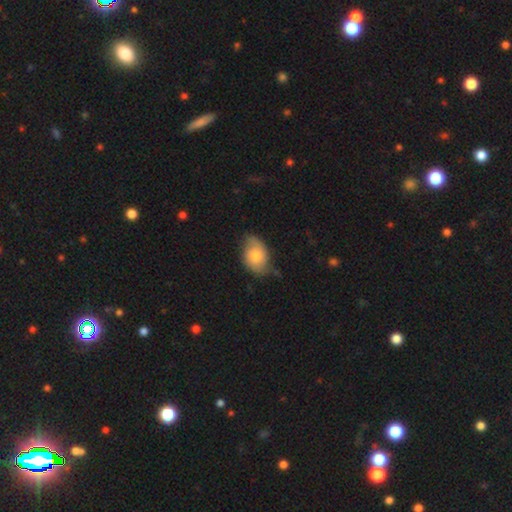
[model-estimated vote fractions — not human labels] This is likely a smooth galaxy (62%). How rounded: clearly in between (82%). Merging: possibly none (54%).